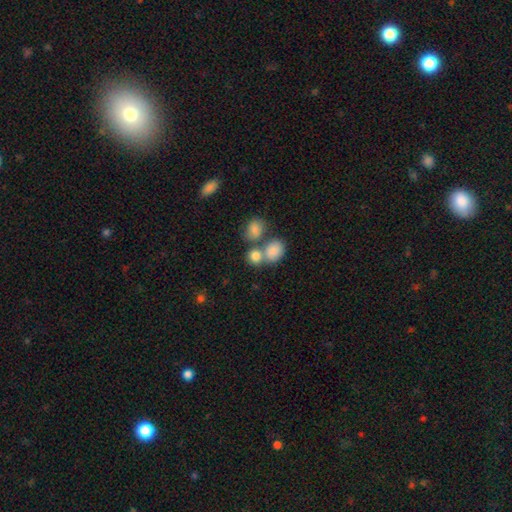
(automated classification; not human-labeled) Smooth or featured? smooth (82%)
How rounded? round (66%)
Merging? merger (46%)